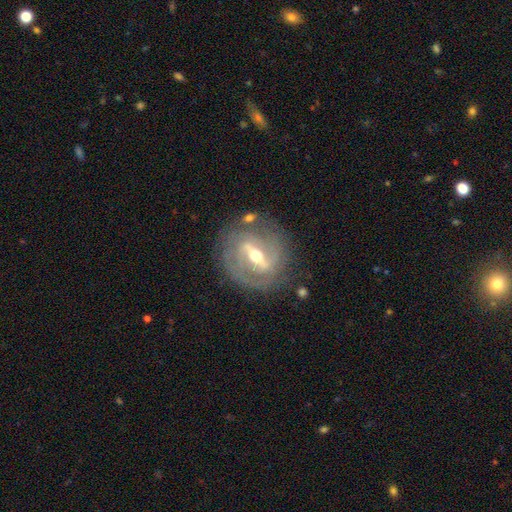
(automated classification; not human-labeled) smooth_or_featured: featured or disk (p=0.85) [alt: smooth p=0.09]
disk_edge_on: no (p=0.93) [alt: yes p=0.07]
bar: strong (p=0.60) [alt: weak p=0.32]
has_spiral_arms: yes (p=0.88) [alt: no p=0.12]
spiral_winding: tight (p=0.56) [alt: medium p=0.34]
spiral_arm_count: 2 (p=0.63) [alt: can't tell p=0.18]
bulge_size: moderate (p=0.66) [alt: small p=0.28]
merging: none (p=0.76) [alt: minor disturbance p=0.15]